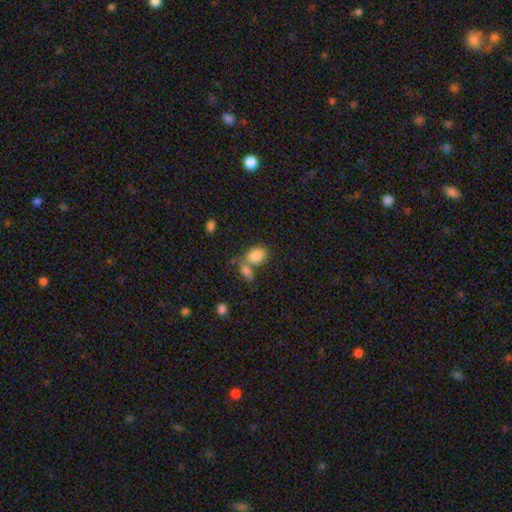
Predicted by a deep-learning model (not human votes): Morphology: type=smooth (85%); roundness=in between (80%); merging=merger (43%).